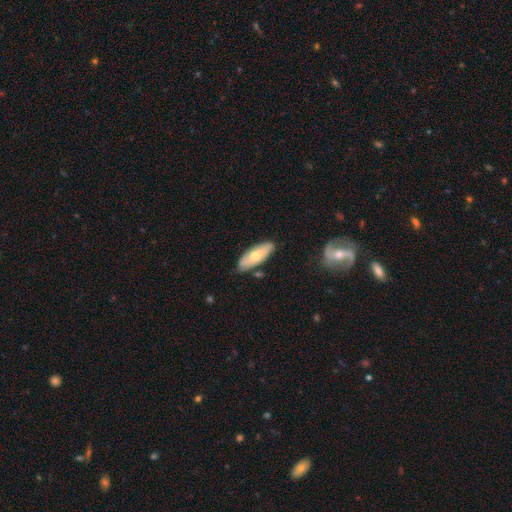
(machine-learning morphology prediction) smooth 62%, featured or disk 33%, star or artifact 6%. Down the decision tree: how rounded — in between (69%); merging — none (81%).